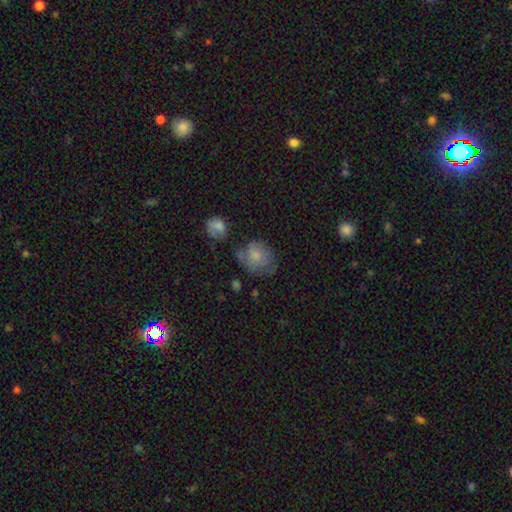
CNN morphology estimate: Smooth or featured?
  - smooth: 72% *
  - featured or disk: 20%
  - star or artifact: 9%
How rounded?
  - round: 62% *
  - in between: 37%
  - cigar-shaped: 1%
Merging?
  - none: 44% *
  - minor disturbance: 29%
  - major disturbance: 17%
  - merger: 10%